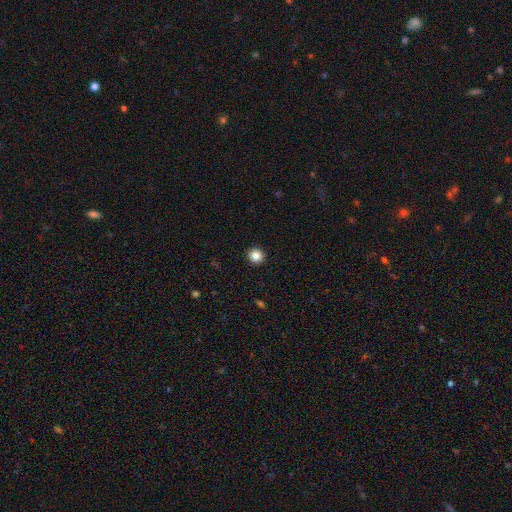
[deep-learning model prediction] Overall: smooth (85%). How rounded: round (94%). Merging: none (93%).